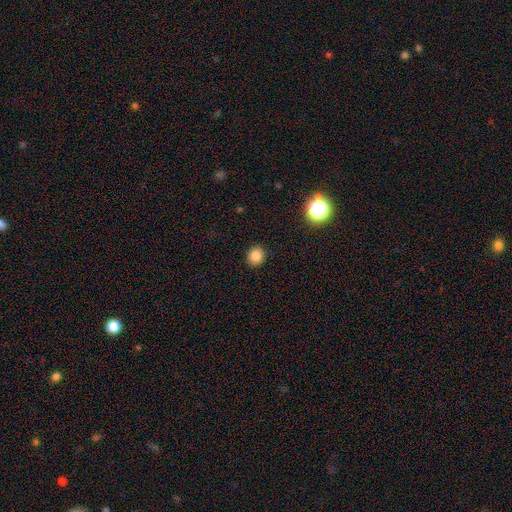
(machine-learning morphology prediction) A smooth galaxy with no disk features (84%) that is round (83%).

Vote fractions:
- Smooth or featured? smooth: 84% / star or artifact: 11% / featured or disk: 5%
- How rounded? round: 83% / in between: 16% / cigar-shaped: 1%
- Merging? none: 91% / minor disturbance: 6% / major disturbance: 2% / merger: 1%